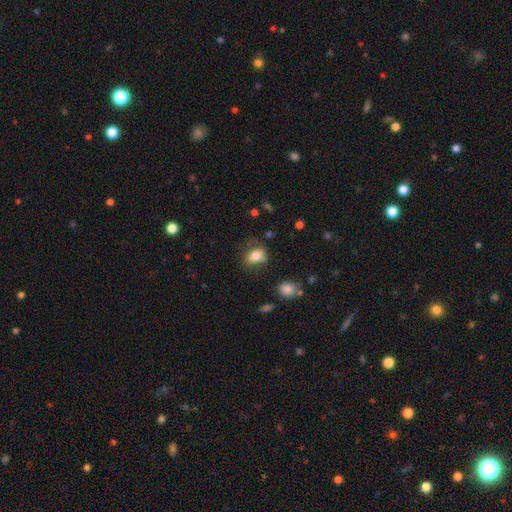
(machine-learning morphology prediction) type=smooth (78%); roundness=in between (69%); merging=none (61%).